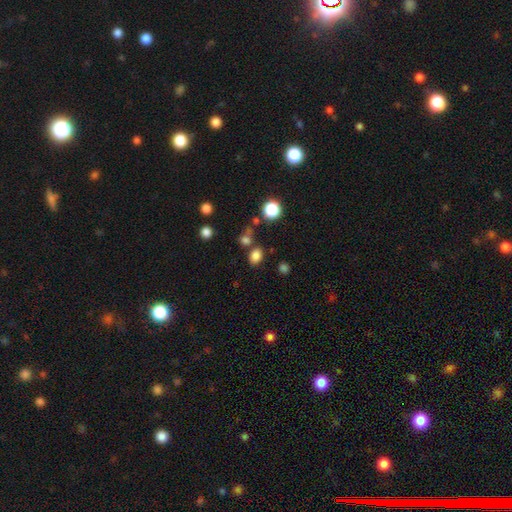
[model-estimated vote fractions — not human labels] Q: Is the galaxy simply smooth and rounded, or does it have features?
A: smooth — 81%.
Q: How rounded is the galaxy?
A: in between — 62%.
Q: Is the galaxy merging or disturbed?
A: none — 74%.